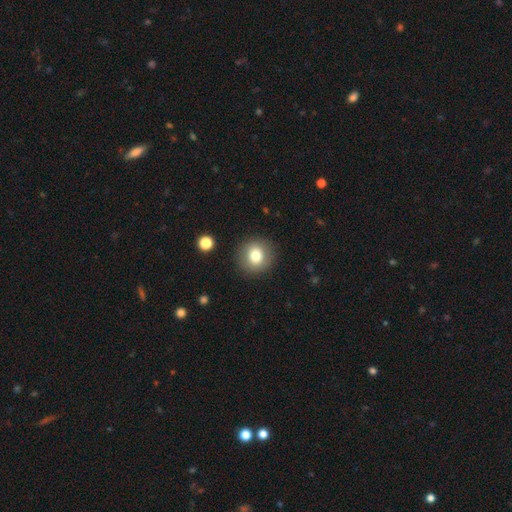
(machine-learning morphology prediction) The model was most divided on "smooth or featured": smooth: 79%, featured or disk: 11%, star or artifact: 10%. More confident: how rounded — round (90%); merging — none (89%).